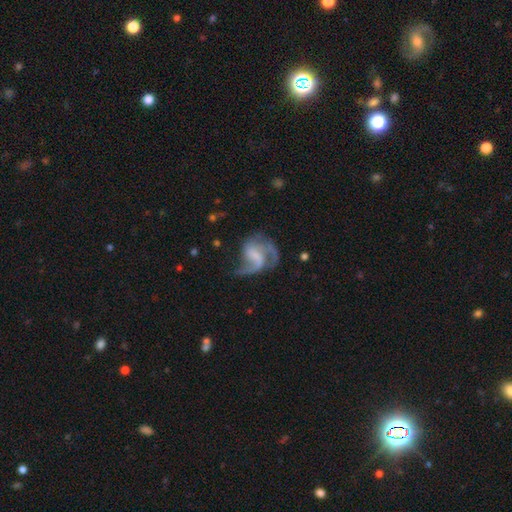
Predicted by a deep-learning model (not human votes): This is likely a featured or disk galaxy (78%). It is clearly not viewed edge-on (98%). Bar: possibly weak (48%). Spiral arm pattern: clearly yes (91%). Spiral arm count: possibly 2 (48%). Spiral winding: possibly loose (46%). Central bulge: possibly none (46%). Merging: marginally none (42%).